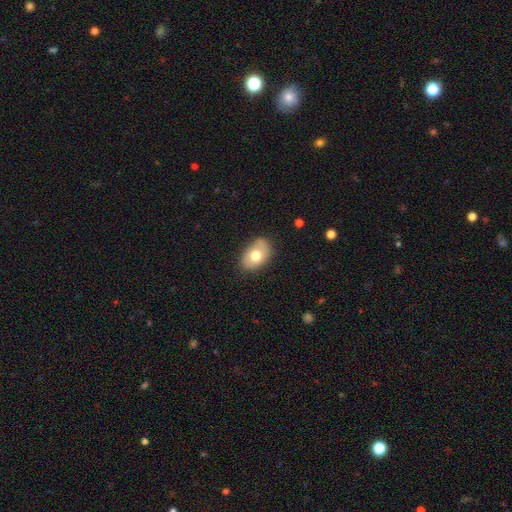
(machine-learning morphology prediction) Smooth or featured?
  - smooth: 71% *
  - featured or disk: 22%
  - star or artifact: 8%
How rounded?
  - in between: 86% *
  - round: 13%
  - cigar-shaped: 1%
Merging?
  - none: 78% *
  - minor disturbance: 17%
  - major disturbance: 4%
  - merger: 1%